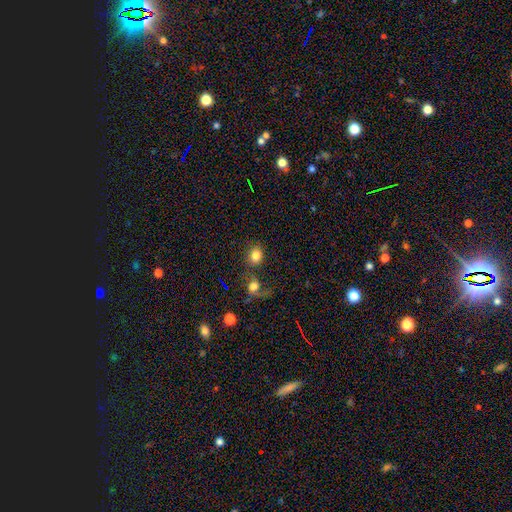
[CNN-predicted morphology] Smooth or featured: smooth — 82% (star or artifact — 11%)
How rounded: round — 66% (in between — 33%)
Merging: none — 65% (merger — 17%)